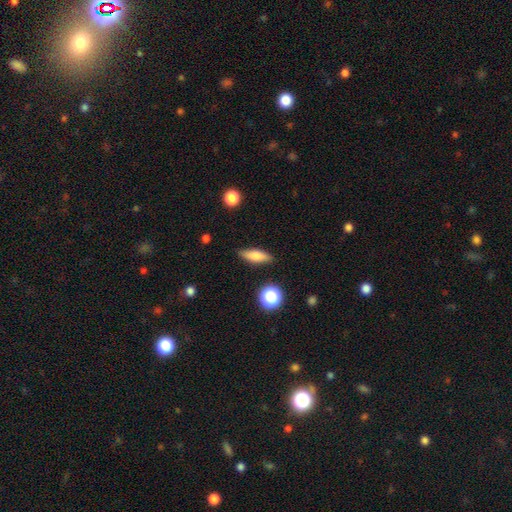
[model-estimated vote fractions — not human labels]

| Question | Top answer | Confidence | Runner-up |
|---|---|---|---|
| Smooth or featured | smooth | 73% | featured or disk (18%) |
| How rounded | in between | 52% | cigar-shaped (44%) |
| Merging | none | 85% | minor disturbance (10%) |